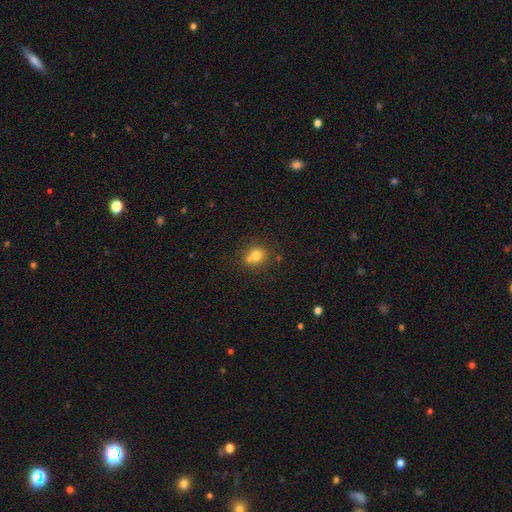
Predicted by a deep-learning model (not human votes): smooth 74%, star or artifact 13%, featured or disk 13%. Down the decision tree: how rounded — round (84%); merging — none (53%).